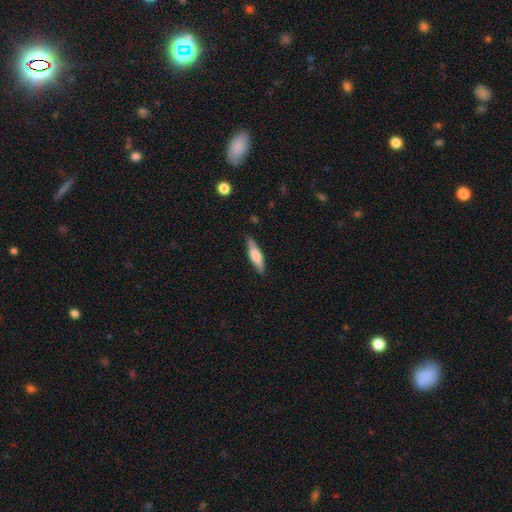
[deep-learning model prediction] A smooth galaxy with no disk features (63%) that is cigar-shaped (65%). Merging: none (80%).